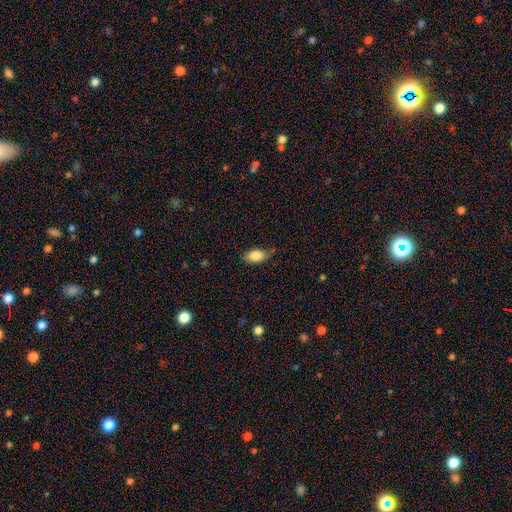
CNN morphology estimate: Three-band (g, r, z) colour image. It shows a smooth galaxy with no disk features (84%) that is in between round and cigar-shaped (89%). Merging: none (73%).